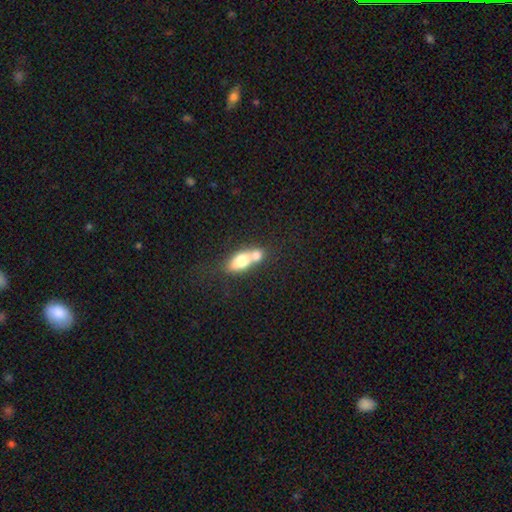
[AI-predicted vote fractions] Smooth or featured: smooth — 69% (featured or disk — 23%)
How rounded: in between — 69% (cigar-shaped — 16%)
Merging: merger — 66% (none — 22%)